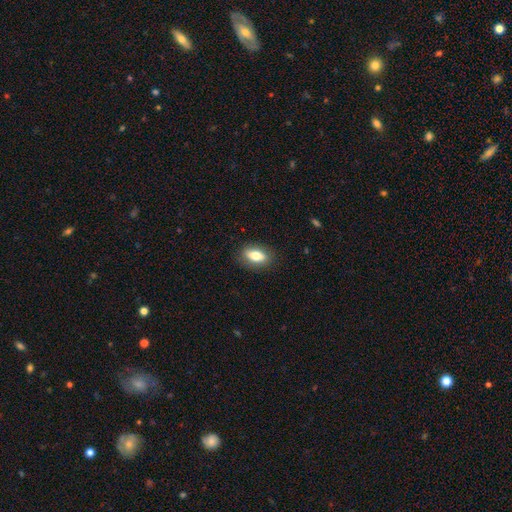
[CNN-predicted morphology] smooth-or-featured: smooth: 75% | featured or disk: 18% | star or artifact: 7%
  how-rounded: in between: 86% | round: 8% | cigar-shaped: 6%
  merging: none: 87% | minor disturbance: 10% | major disturbance: 2% | merger: 1%